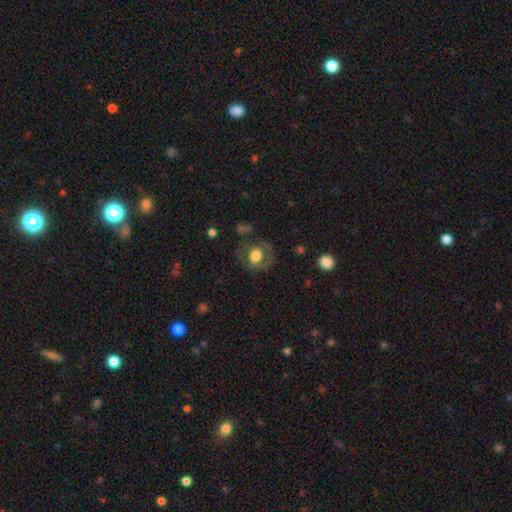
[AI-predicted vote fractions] smooth-or-featured: smooth: 57% | featured or disk: 35% | star or artifact: 8%
  how-rounded: round: 75% | in between: 24% | cigar-shaped: 1%
  merging: none: 65% | minor disturbance: 18% | major disturbance: 14% | merger: 2%